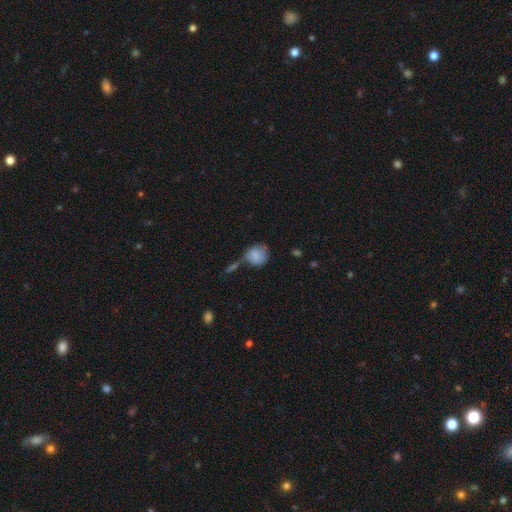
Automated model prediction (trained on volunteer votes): Morphology: type=smooth (80%); roundness=round (78%); merging=none (47%).